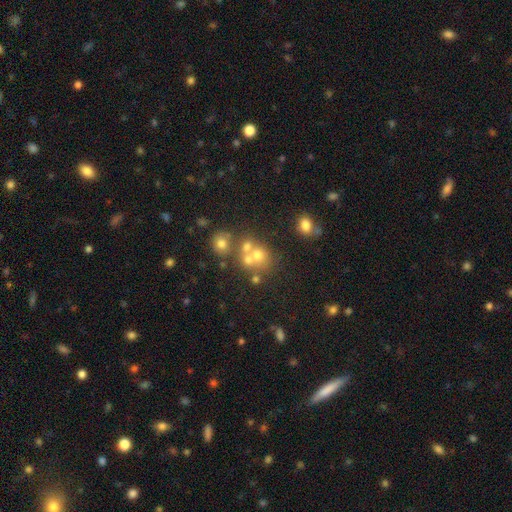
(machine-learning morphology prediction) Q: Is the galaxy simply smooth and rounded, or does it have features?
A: smooth — 53%.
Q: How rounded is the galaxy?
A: round — 78%.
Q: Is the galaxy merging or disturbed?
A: none — 45%.